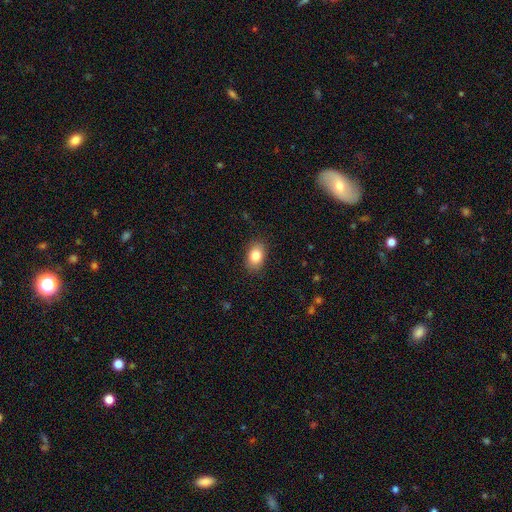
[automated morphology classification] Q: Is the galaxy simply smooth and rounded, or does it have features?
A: smooth — 85%.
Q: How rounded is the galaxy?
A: in between — 84%.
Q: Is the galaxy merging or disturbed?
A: none — 86%.